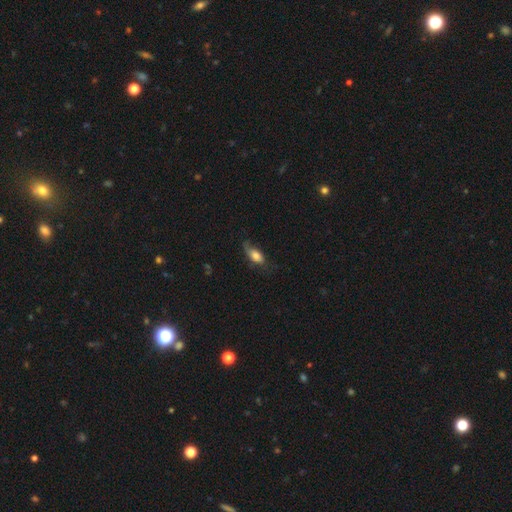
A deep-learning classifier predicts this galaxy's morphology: This appears to be a smooth galaxy with no disk features (69%) that is in between round and cigar-shaped (83%). Merging: none (48%).